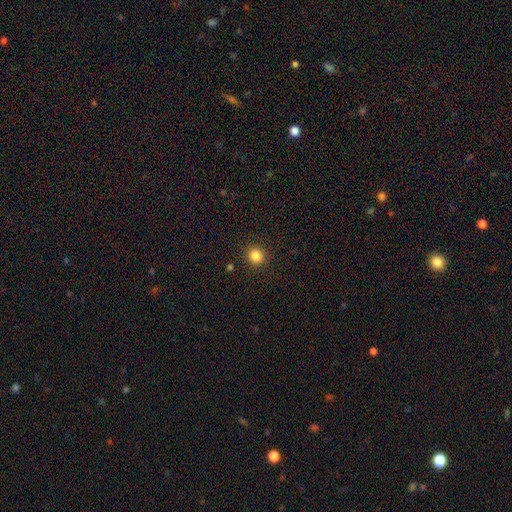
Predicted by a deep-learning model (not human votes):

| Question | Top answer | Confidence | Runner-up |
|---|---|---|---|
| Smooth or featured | smooth | 84% | star or artifact (12%) |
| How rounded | round | 91% | in between (8%) |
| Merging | none | 91% | minor disturbance (5%) |